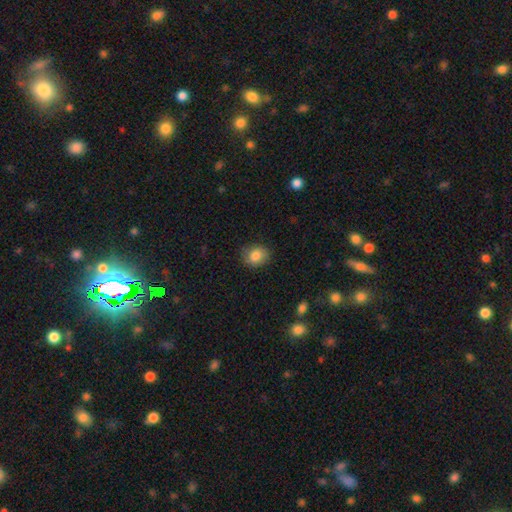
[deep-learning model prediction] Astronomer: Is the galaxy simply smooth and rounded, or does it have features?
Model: smooth — 84%.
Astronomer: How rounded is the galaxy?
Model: round — 61% (runner-up: in between, 38%).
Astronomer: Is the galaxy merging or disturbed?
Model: none — 84%.